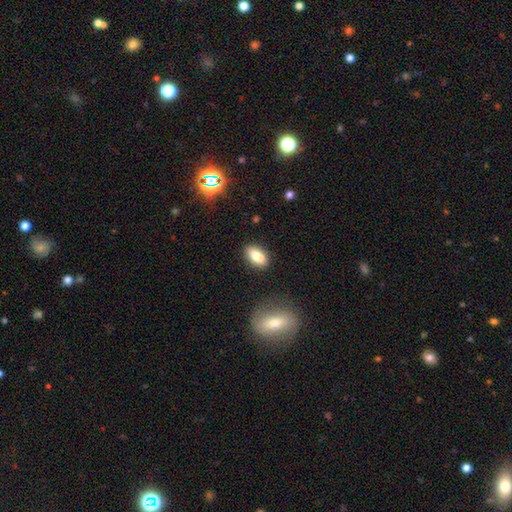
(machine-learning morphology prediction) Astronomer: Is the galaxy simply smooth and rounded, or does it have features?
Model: smooth — 82%.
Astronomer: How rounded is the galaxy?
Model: in between — 88%.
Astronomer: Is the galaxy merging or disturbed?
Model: none — 76%.